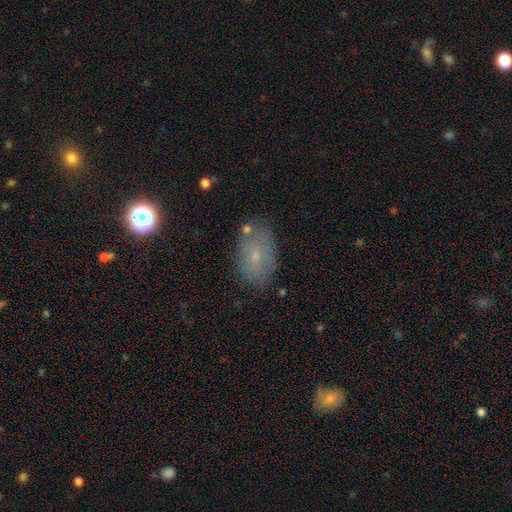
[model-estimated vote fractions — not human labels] smooth-or-featured: smooth: 56% | featured or disk: 30% | star or artifact: 14%
  how-rounded: in between: 87% | round: 11% | cigar-shaped: 2%
  merging: none: 70% | minor disturbance: 19% | major disturbance: 6% | merger: 5%